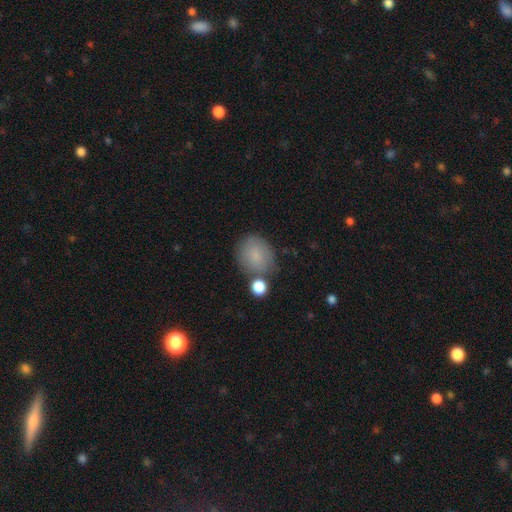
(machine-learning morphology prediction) Smooth or featured? smooth (82%)
How rounded? round (64%)
Merging? none (65%)